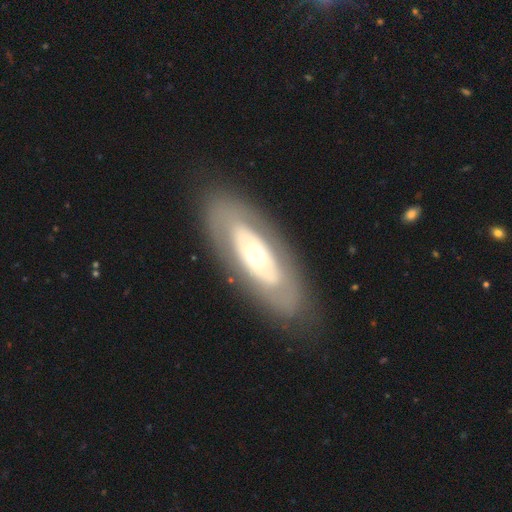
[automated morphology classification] smooth_or_featured: featured or disk (p=0.63) [alt: smooth p=0.32]
disk_edge_on: no (p=0.85) [alt: yes p=0.15]
bar: no (p=0.89) [alt: weak p=0.07]
has_spiral_arms: no (p=0.88) [alt: yes p=0.12]
bulge_size: moderate (p=0.64) [alt: small p=0.19]
merging: none (p=0.84) [alt: minor disturbance p=0.10]